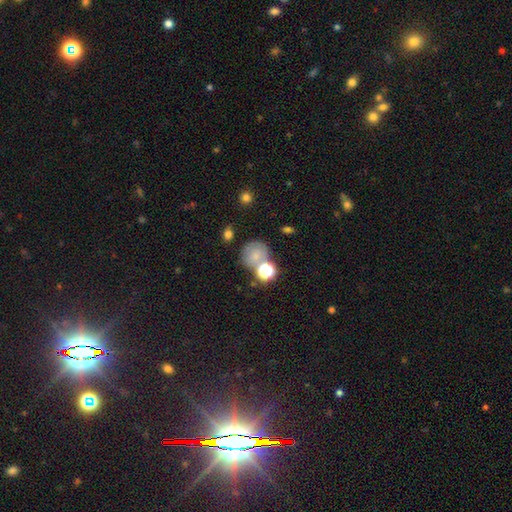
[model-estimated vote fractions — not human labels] Smooth or featured?
  - smooth: 65% *
  - featured or disk: 18%
  - star or artifact: 17%
How rounded?
  - round: 73% *
  - in between: 26%
  - cigar-shaped: 1%
Merging?
  - none: 50% *
  - merger: 22%
  - minor disturbance: 17%
  - major disturbance: 10%